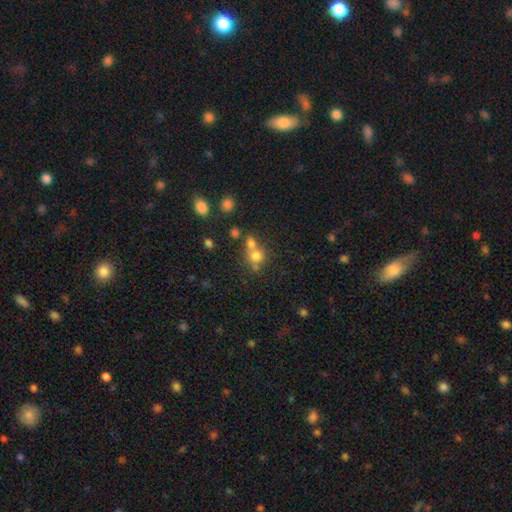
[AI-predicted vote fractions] Smooth or featured: smooth — 73% (star or artifact — 15%)
How rounded: round — 81% (in between — 18%)
Merging: merger — 44% (none — 42%)